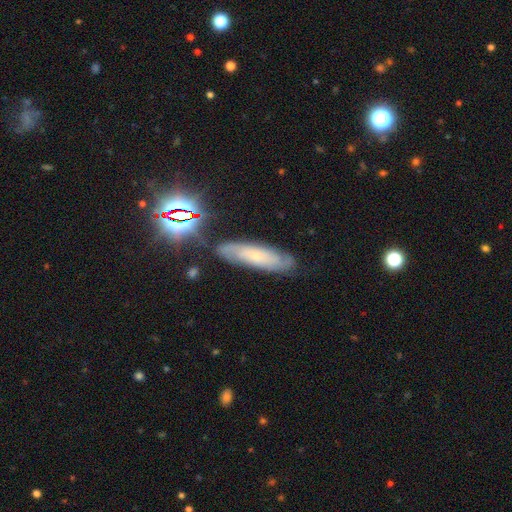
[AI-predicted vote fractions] A featured or disk galaxy (55%).

Vote fractions:
- Smooth or featured? featured or disk: 55% / smooth: 30% / star or artifact: 15%
- Edge-on disk? no: 74% / yes: 26%
- Merging? none: 77% / minor disturbance: 16% / major disturbance: 4% / merger: 3%